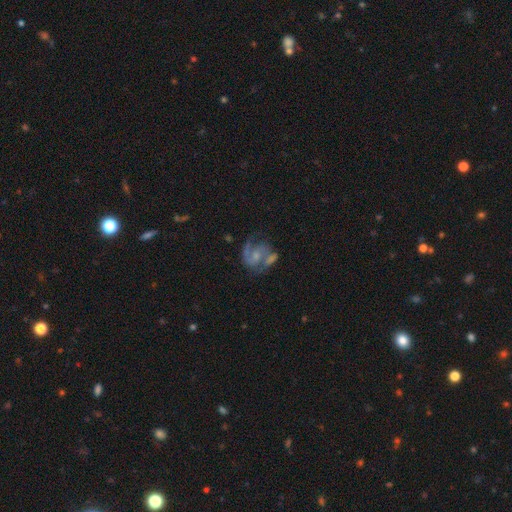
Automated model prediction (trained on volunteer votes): Smooth or featured? Predicted: featured or disk (p=0.76). Edge-on disk? Predicted: no (p=0.98). Bar? Predicted: no (p=0.54). Spiral arms? Predicted: yes (p=0.89). Spiral winding? Predicted: medium (p=0.52). Spiral arm count? Predicted: 2 (p=0.73). Bulge size? Predicted: small (p=0.43). Merging? Predicted: none (p=0.41).